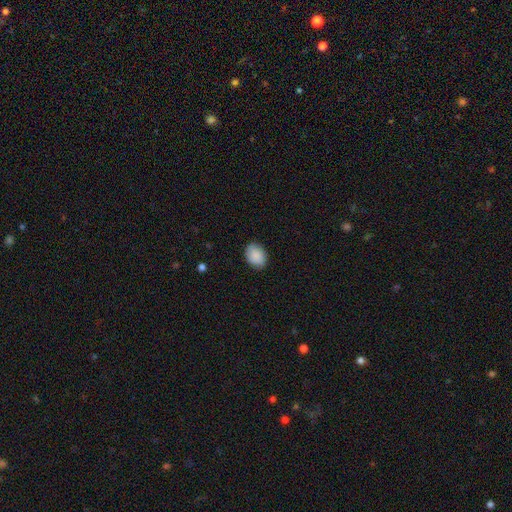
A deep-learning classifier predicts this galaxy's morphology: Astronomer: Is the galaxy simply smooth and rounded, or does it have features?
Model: smooth — 88%.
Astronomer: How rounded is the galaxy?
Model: in between — 71%.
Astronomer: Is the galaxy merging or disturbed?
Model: none — 85%.